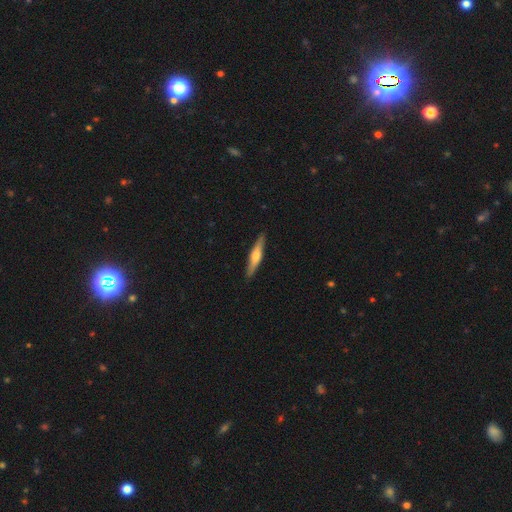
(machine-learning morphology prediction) A featured or disk galaxy (51%) viewed edge-on (94%).

Vote fractions:
- Smooth or featured? featured or disk: 51% / smooth: 43% / star or artifact: 5%
- Edge-on disk? yes: 94% / no: 6%
- Merging? none: 90% / minor disturbance: 8% / major disturbance: 1% / merger: 1%